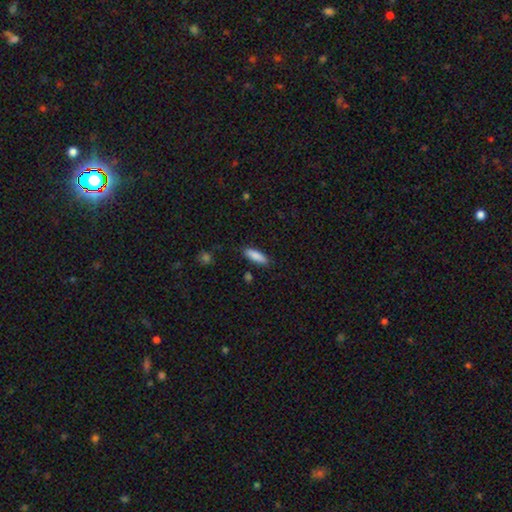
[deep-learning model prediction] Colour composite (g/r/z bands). It shows a smooth galaxy with no disk features (87%) that is in between round and cigar-shaped (56%). Merging: none (87%).